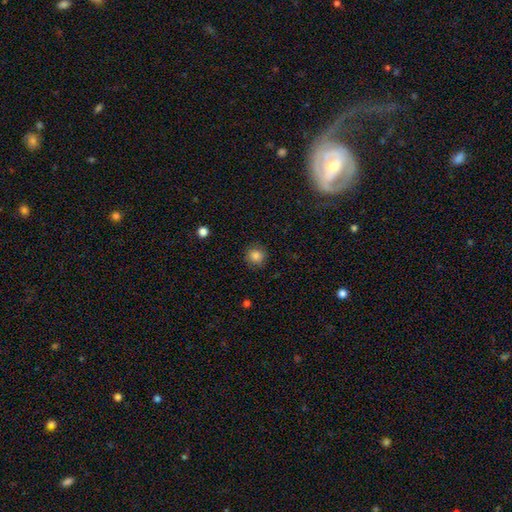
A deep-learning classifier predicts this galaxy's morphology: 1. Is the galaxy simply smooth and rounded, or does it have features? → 85% smooth, 11% star or artifact, 4% featured or disk.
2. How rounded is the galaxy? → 91% round, 8% in between, 1% cigar-shaped.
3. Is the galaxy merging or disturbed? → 86% none, 10% minor disturbance, 3% major disturbance, 1% merger.